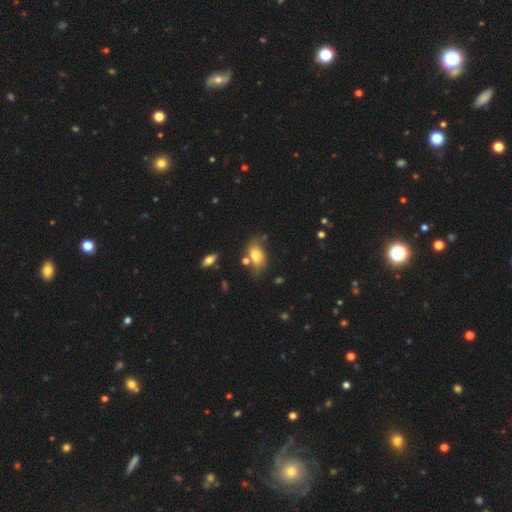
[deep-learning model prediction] Smooth or featured? Predicted: smooth (p=0.71). How rounded? Predicted: in between (p=0.87). Merging? Predicted: none (p=0.59).